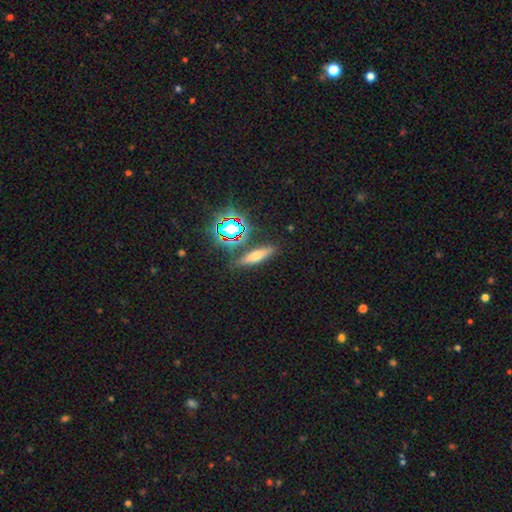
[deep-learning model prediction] Smooth or featured?
  - smooth: 51% *
  - featured or disk: 27%
  - star or artifact: 22%
How rounded?
  - cigar-shaped: 69% *
  - in between: 24%
  - round: 7%
Merging?
  - none: 83% *
  - minor disturbance: 10%
  - merger: 4%
  - major disturbance: 3%